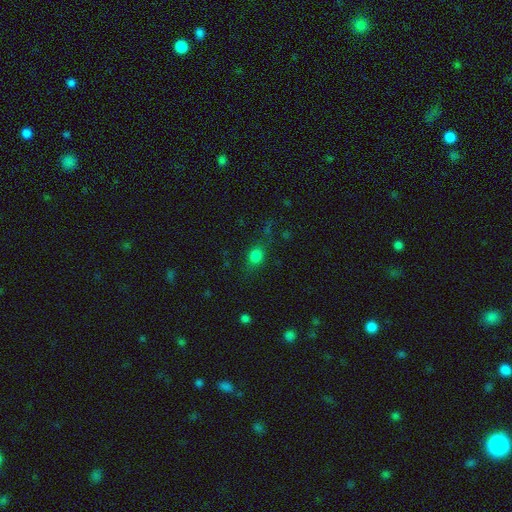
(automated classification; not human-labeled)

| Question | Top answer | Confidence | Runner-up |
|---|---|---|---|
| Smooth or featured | smooth | 76% | star or artifact (15%) |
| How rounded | in between | 49% | round (47%) |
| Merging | none | 71% | minor disturbance (16%) |